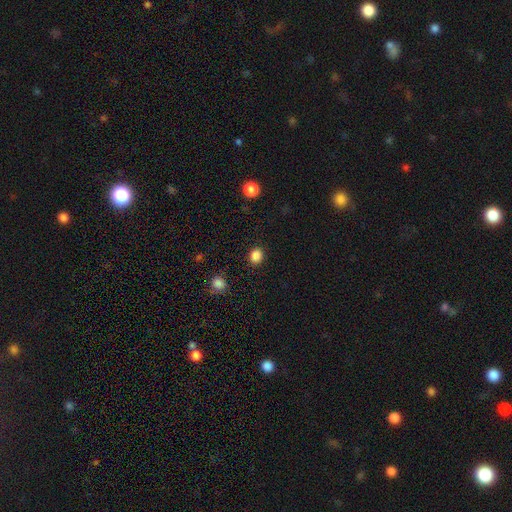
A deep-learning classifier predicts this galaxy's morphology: Q: Smooth or featured?
A: smooth (86%); runner-up: star or artifact (11%)
Q: How rounded?
A: round (70%); runner-up: in between (29%)
Q: Merging?
A: none (90%); runner-up: minor disturbance (6%)